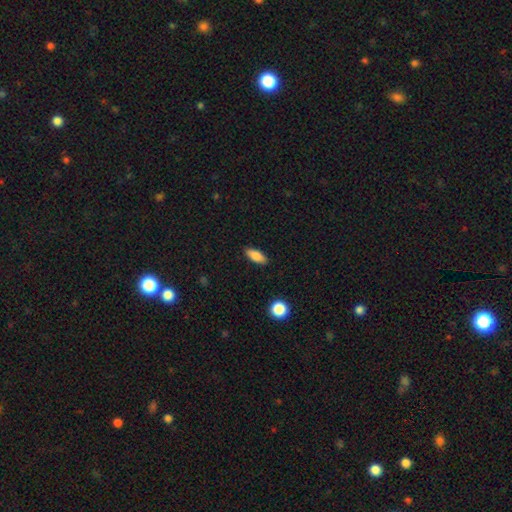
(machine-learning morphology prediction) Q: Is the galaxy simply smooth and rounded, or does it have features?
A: smooth — 84%.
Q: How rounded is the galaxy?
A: in between — 79%.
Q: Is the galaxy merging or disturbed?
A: none — 88%.